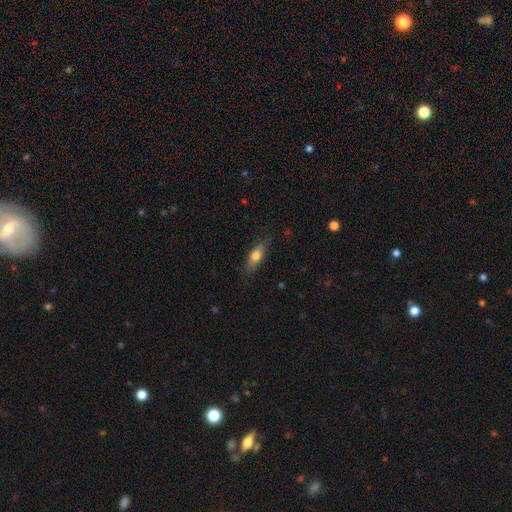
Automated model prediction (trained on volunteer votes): This appears to be a smooth galaxy with no disk features (71%) that is in between round and cigar-shaped (62%). Merging: none (79%).